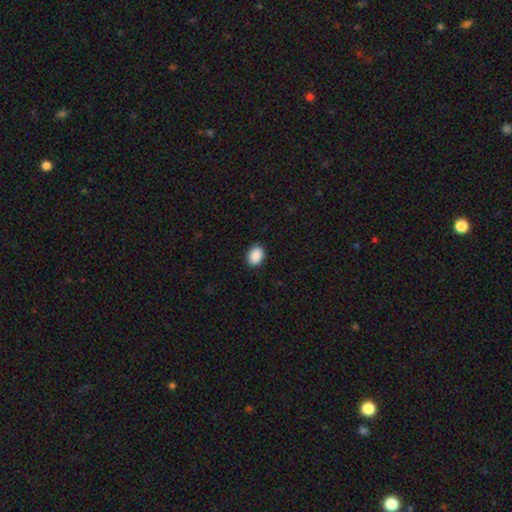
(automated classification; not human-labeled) A smooth galaxy with no disk features (90%) that is in between round and cigar-shaped (71%). Merging: none (90%).